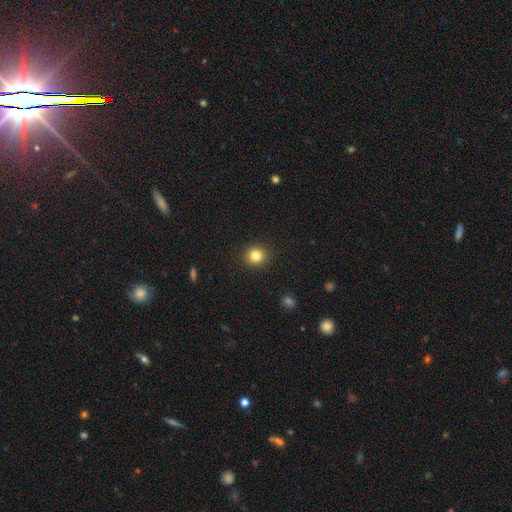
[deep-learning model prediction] This is clearly a smooth galaxy (82%). How rounded: clearly round (90%). Merging: clearly none (92%).